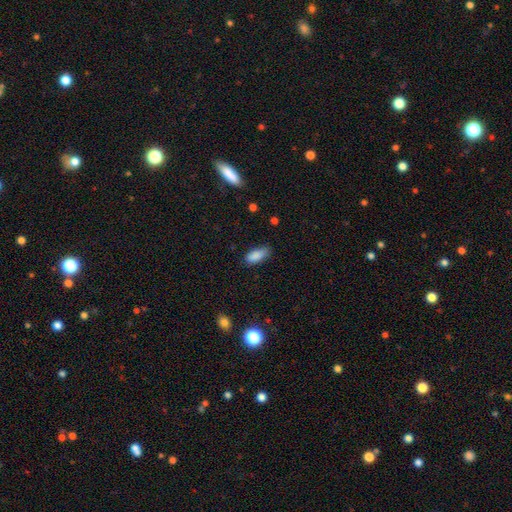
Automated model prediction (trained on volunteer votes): This is clearly a smooth galaxy (88%). How rounded: clearly in between (86%). Merging: likely none (71%).